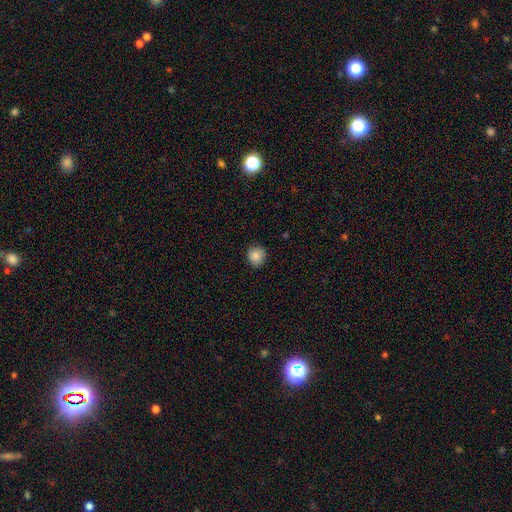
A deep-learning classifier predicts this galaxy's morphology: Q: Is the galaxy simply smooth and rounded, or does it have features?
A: smooth — 86%.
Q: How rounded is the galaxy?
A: round — 88%.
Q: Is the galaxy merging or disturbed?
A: none — 85%.